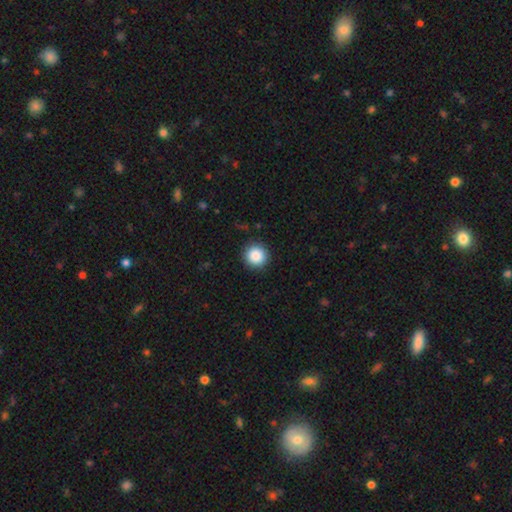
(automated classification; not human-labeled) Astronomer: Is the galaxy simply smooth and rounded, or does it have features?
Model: smooth — 88%.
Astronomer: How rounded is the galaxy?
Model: round — 95%.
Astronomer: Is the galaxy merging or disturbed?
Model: none — 91%.